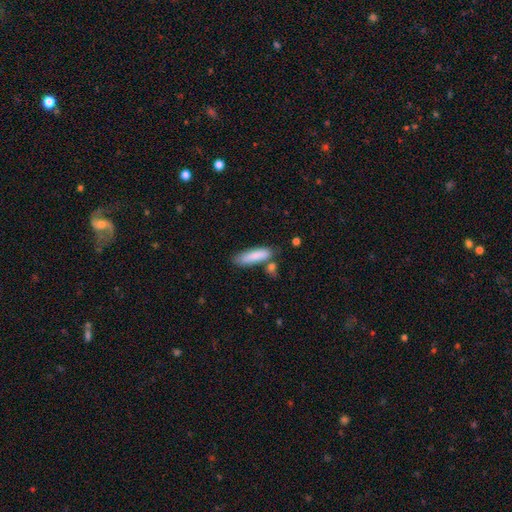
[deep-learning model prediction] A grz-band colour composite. It shows a smooth galaxy with no disk features (85%) that is cigar-shaped (64%). Merging: none (70%).